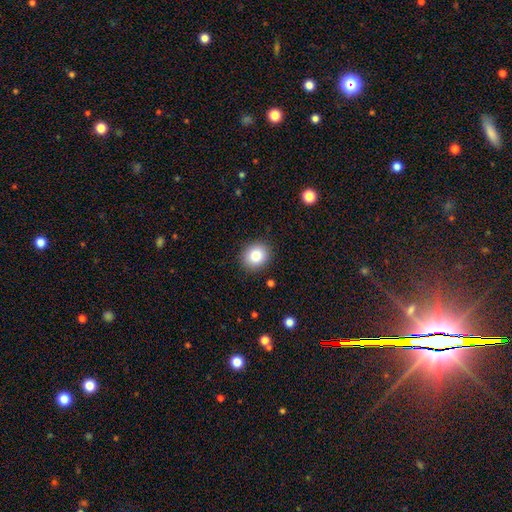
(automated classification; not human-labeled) Q: Smooth or featured?
A: smooth (84%); runner-up: star or artifact (9%)
Q: How rounded?
A: round (72%); runner-up: in between (27%)
Q: Merging?
A: none (90%); runner-up: minor disturbance (7%)